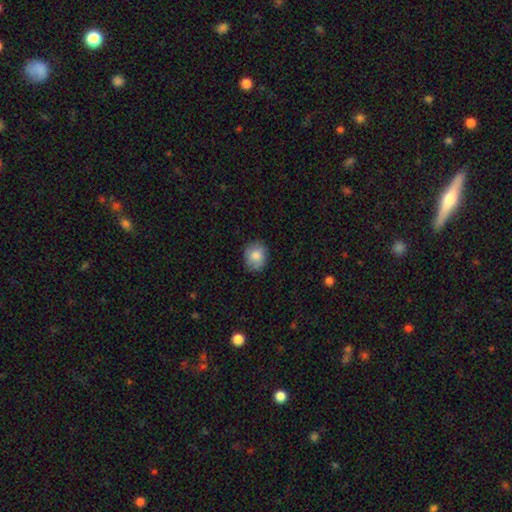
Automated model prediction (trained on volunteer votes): Smooth or featured?
  - smooth: 81% *
  - featured or disk: 11%
  - star or artifact: 8%
How rounded?
  - round: 63% *
  - in between: 36%
  - cigar-shaped: 1%
Merging?
  - none: 80% *
  - minor disturbance: 16%
  - major disturbance: 3%
  - merger: 1%